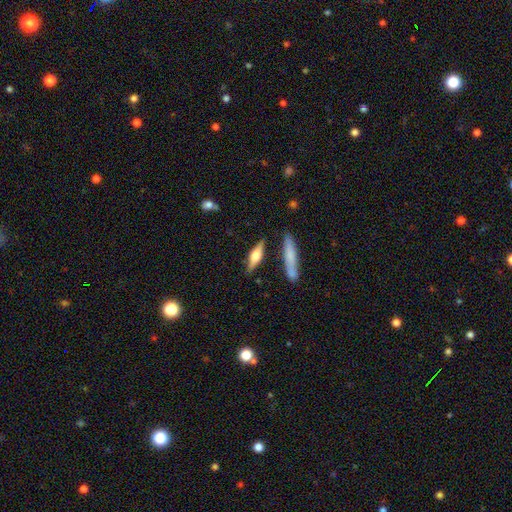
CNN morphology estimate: Smooth or featured? featured or disk (55%)
Edge-on disk? yes (95%)
Edge-on bulge? rounded (88%)
Merging? none (81%)